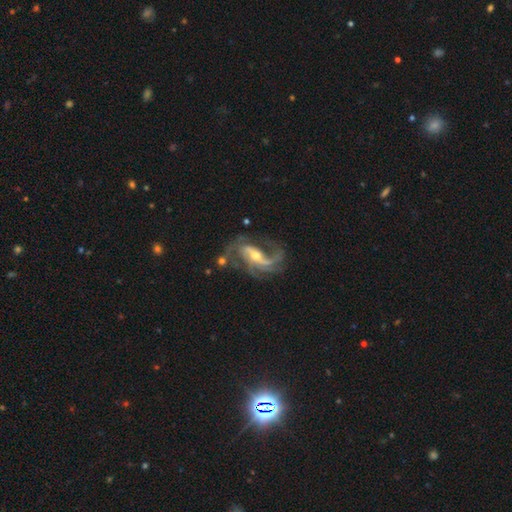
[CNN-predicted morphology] smooth-or-featured: featured or disk: 90% | star or artifact: 6% | smooth: 4%
  disk-edge-on: no: 97% | yes: 3%
    bar: weak: 37% (tied) | strong: 37% (tied) | no: 25%
    has-spiral-arms: yes: 97% | no: 3%
      spiral-winding: loose: 45% | medium: 41% | tight: 14%
      spiral-arm-count: 2: 45% | 3: 27% | can't tell: 10% | 4: 8% | 1: 6% | more than 4: 4%
    bulge-size: moderate: 51% | small: 44% | large: 3% | none: 2% | dominant: 1%
  merging: none: 53% | major disturbance: 22% | minor disturbance: 18% | merger: 6%